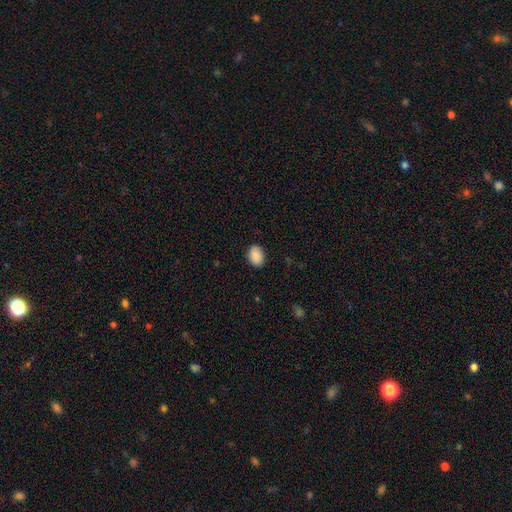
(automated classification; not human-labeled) A smooth galaxy with no disk features (89%) that is in between round and cigar-shaped (78%).

Vote fractions:
- Smooth or featured? smooth: 89% / star or artifact: 7% / featured or disk: 4%
- How rounded? in between: 78% / round: 21% / cigar-shaped: 1%
- Merging? none: 86% / minor disturbance: 11% / major disturbance: 2% / merger: 1%